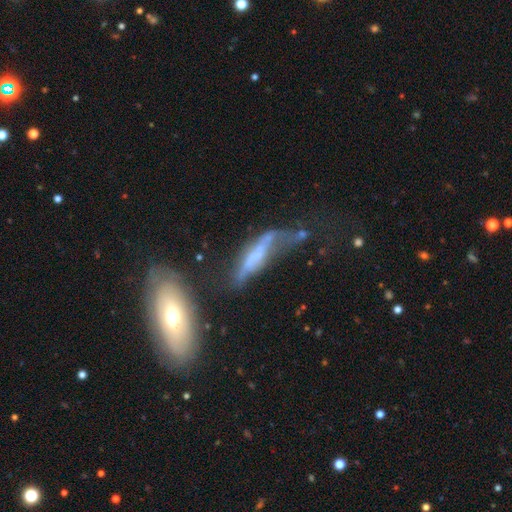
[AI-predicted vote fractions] smooth-or-featured: featured or disk: 50% | smooth: 39% | star or artifact: 11%
  merging: major disturbance: 36% | none: 24% | minor disturbance: 22% | merger: 19%